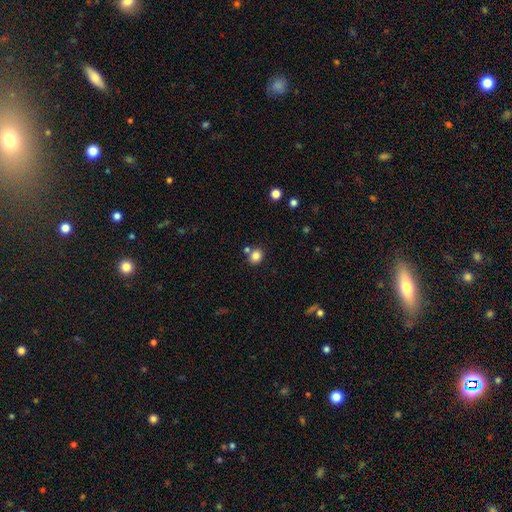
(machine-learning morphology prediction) Smooth or featured? smooth (82%)
How rounded? round (66%)
Merging? none (71%)